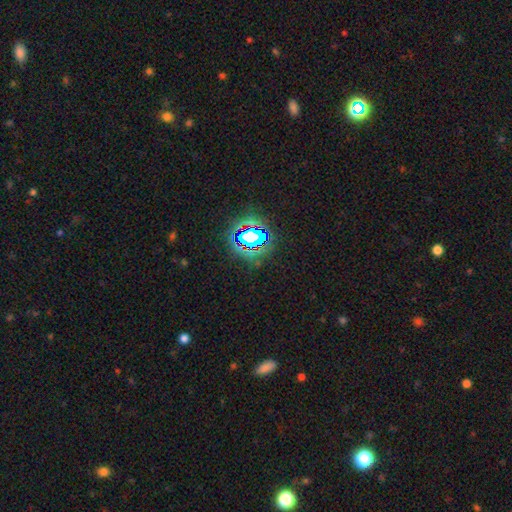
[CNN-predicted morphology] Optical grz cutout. It shows a star or artifact, not a galaxy (79%).